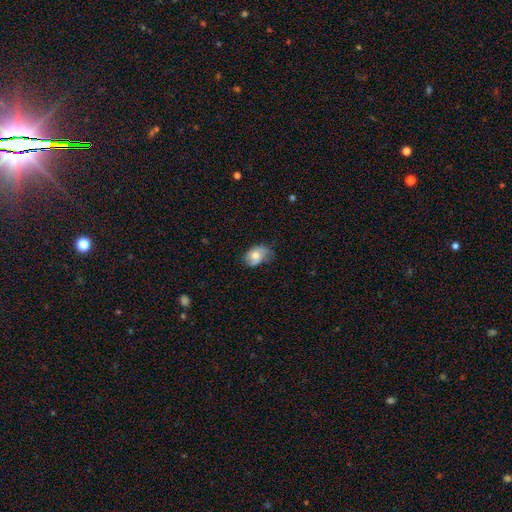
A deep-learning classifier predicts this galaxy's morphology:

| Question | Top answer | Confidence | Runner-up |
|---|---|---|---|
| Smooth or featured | smooth | 65% | featured or disk (27%) |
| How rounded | in between | 79% | round (20%) |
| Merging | none | 42% | minor disturbance (40%) |